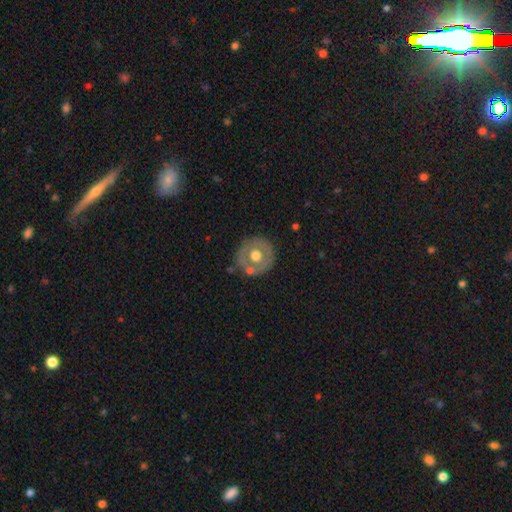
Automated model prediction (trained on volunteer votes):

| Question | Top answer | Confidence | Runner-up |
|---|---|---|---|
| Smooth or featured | featured or disk | 48% | smooth (46%) |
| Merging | none | 76% | minor disturbance (13%) |